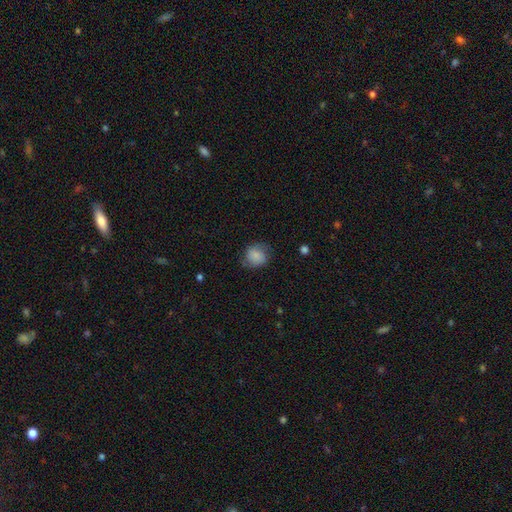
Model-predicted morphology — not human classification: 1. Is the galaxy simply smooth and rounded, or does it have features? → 70% smooth, 22% featured or disk, 9% star or artifact.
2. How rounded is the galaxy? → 73% round, 26% in between, 1% cigar-shaped.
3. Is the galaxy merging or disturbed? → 69% none, 21% minor disturbance, 8% major disturbance, 1% merger.